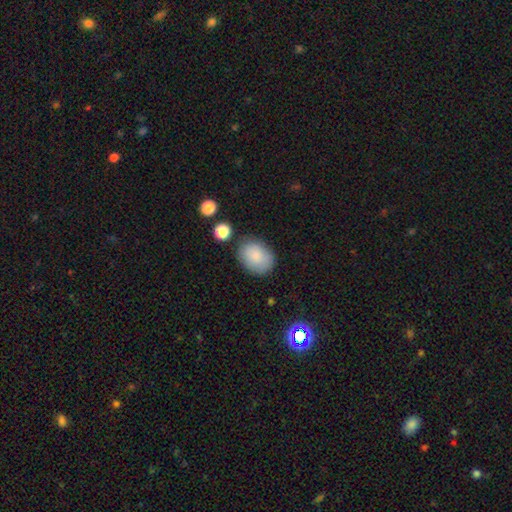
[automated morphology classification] This is clearly a smooth galaxy (86%). How rounded: likely in between (68%). Merging: likely none (76%).